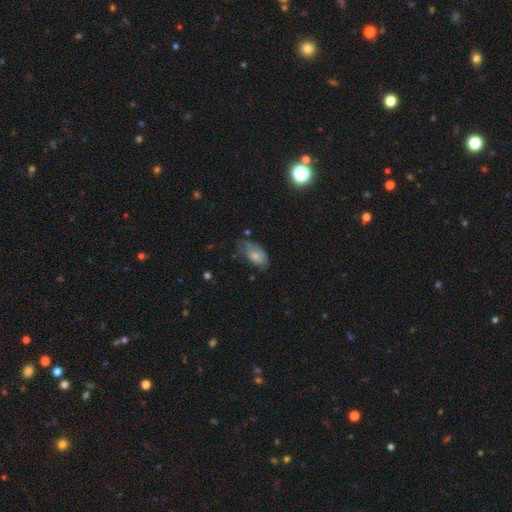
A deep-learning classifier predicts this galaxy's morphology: Smooth or featured?
  - smooth: 70% *
  - featured or disk: 22%
  - star or artifact: 8%
How rounded?
  - in between: 92% *
  - round: 5%
  - cigar-shaped: 3%
Merging?
  - none: 42% *
  - minor disturbance: 38%
  - major disturbance: 17%
  - merger: 3%